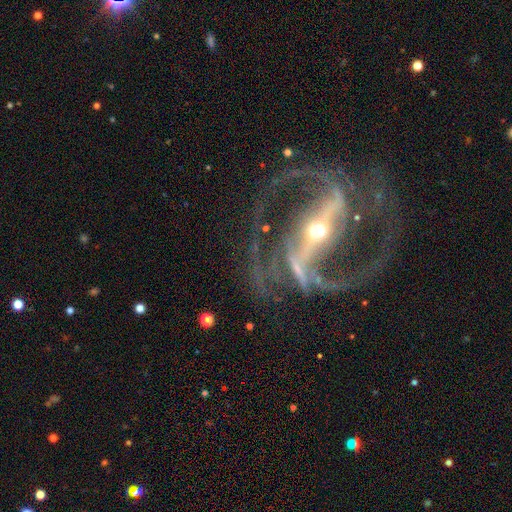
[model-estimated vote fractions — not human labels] Q: Smooth or featured?
A: featured or disk (93%); runner-up: star or artifact (5%)
Q: Edge-on disk?
A: no (96%); runner-up: yes (4%)
Q: Bar?
A: strong (80%); runner-up: weak (14%)
Q: Spiral arms?
A: yes (98%); runner-up: no (2%)
Q: Spiral winding?
A: medium (61%); runner-up: loose (20%)
Q: Spiral arm count?
A: 2 (91%); runner-up: 3 (3%)
Q: Bulge size?
A: small (57%); runner-up: moderate (38%)
Q: Merging?
A: none (74%); runner-up: minor disturbance (13%)